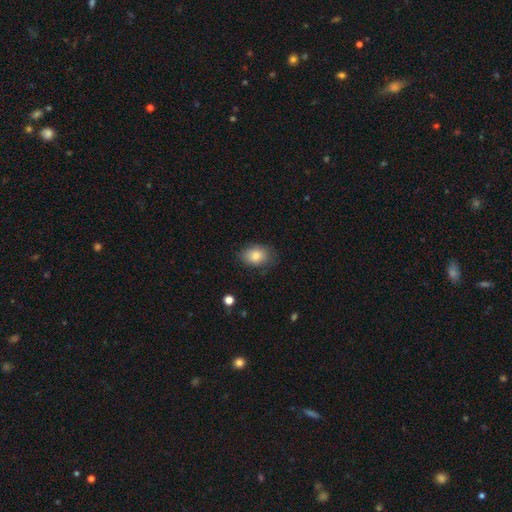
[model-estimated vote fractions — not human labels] Q: Smooth or featured?
A: smooth (83%); runner-up: featured or disk (9%)
Q: How rounded?
A: in between (77%); runner-up: round (22%)
Q: Merging?
A: none (76%); runner-up: minor disturbance (18%)